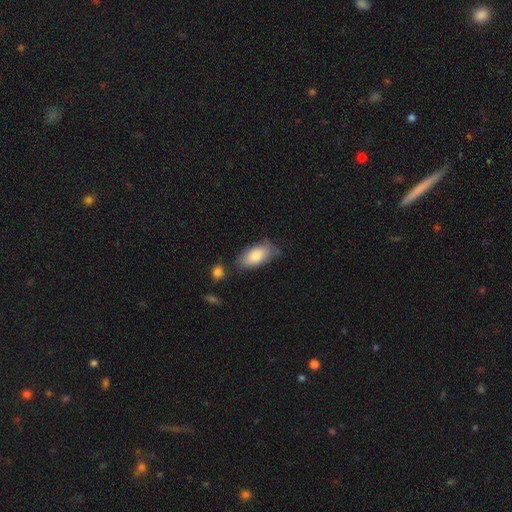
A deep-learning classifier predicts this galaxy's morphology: smooth-or-featured: smooth: 79% | featured or disk: 15% | star or artifact: 6%
  how-rounded: in between: 91% | cigar-shaped: 6% | round: 3%
  merging: none: 67% | minor disturbance: 23% | merger: 6% | major disturbance: 5%